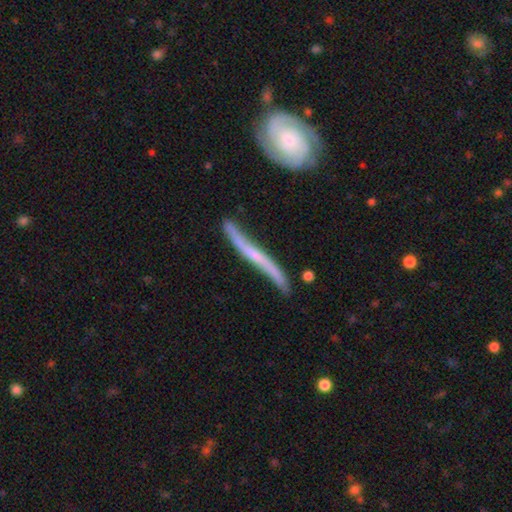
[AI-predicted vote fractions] smooth_or_featured: featured or disk (p=0.74) [alt: smooth p=0.20]
disk_edge_on: yes (p=0.70) [alt: no p=0.30]
edge_on_bulge: none (p=0.63) [alt: rounded p=0.29]
merging: none (p=0.68) [alt: minor disturbance p=0.22]